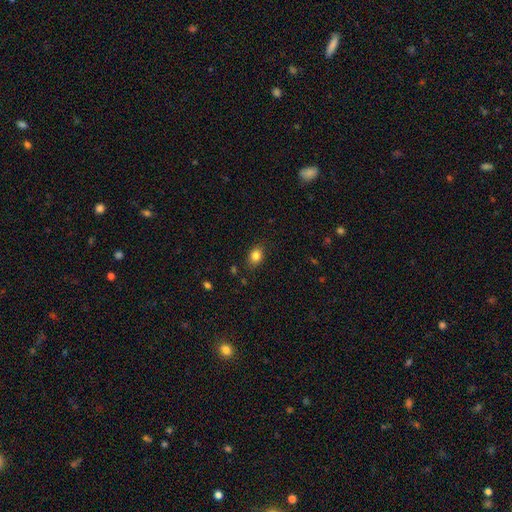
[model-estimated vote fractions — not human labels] smooth_or_featured: smooth (p=0.84) [alt: star or artifact p=0.10]
how_rounded: in between (p=0.60) [alt: round p=0.39]
merging: none (p=0.83) [alt: minor disturbance p=0.12]